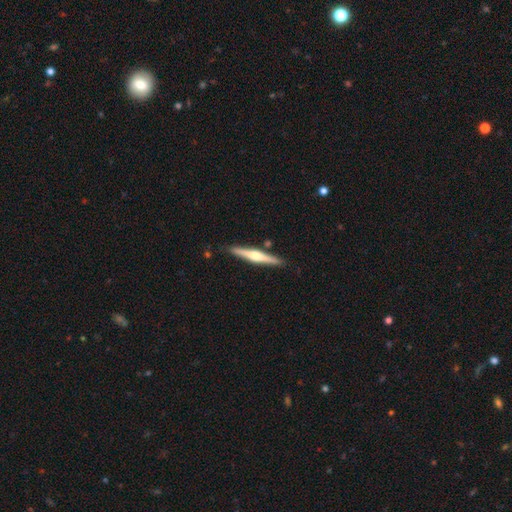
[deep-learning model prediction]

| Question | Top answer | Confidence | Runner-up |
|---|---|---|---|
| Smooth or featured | featured or disk | 68% | smooth (27%) |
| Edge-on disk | yes | 98% | no (2%) |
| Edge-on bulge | rounded | 85% | boxy (9%) |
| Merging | none | 88% | minor disturbance (8%) |